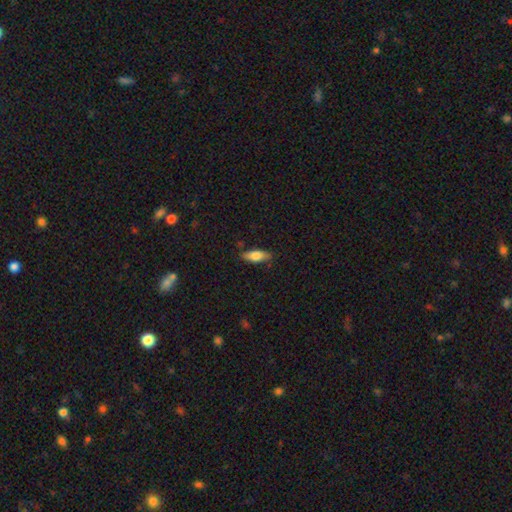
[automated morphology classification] Smooth or featured? Predicted: smooth (p=0.74). How rounded? Predicted: in between (p=0.66). Merging? Predicted: none (p=0.81).